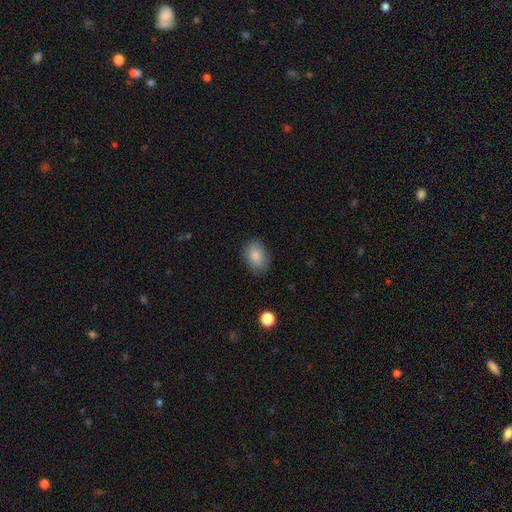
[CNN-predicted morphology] type=smooth (86%); roundness=in between (80%); merging=none (83%).